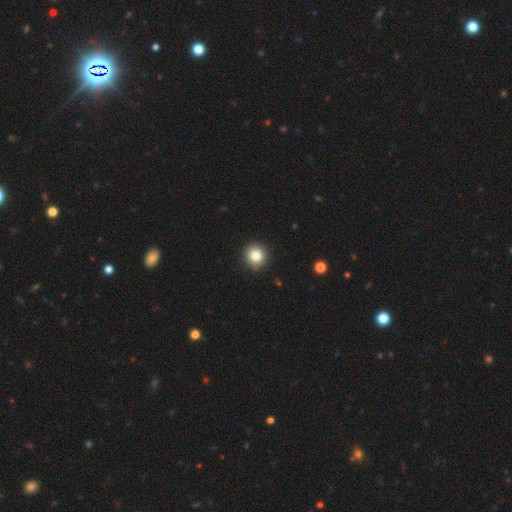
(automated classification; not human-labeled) Overall: smooth (83%). How rounded: round (94%). Merging: none (91%).